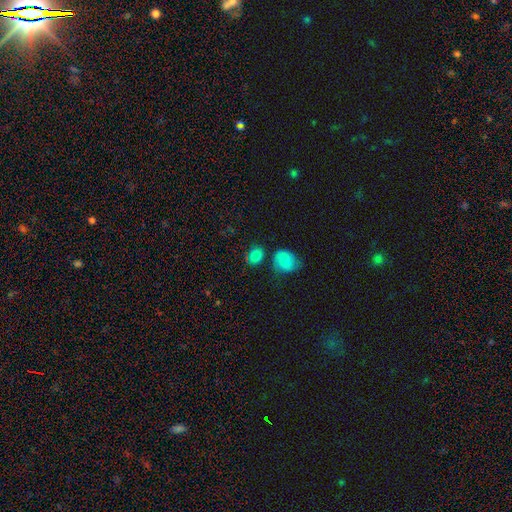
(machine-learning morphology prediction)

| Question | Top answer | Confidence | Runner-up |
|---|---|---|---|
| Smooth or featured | smooth | 83% | star or artifact (11%) |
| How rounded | round | 51% | in between (48%) |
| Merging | none | 69% | minor disturbance (15%) |